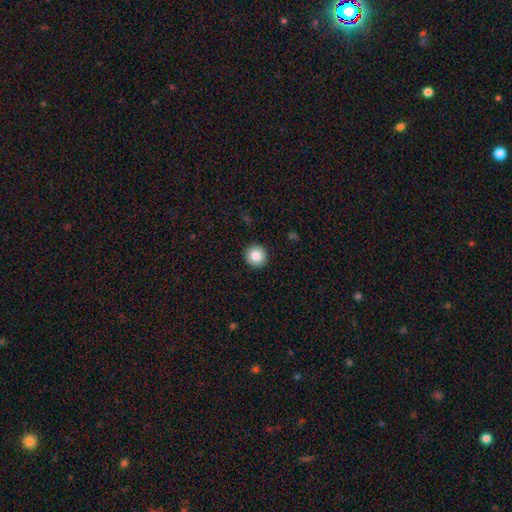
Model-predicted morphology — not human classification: Overall: smooth (85%). How rounded: round (94%). Merging: none (92%).